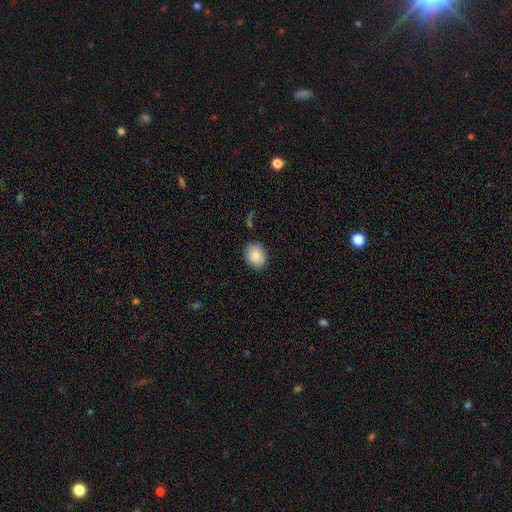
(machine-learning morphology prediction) Smooth or featured: smooth — 86% (star or artifact — 7%)
How rounded: round — 52% (in between — 47%)
Merging: none — 85% (minor disturbance — 11%)